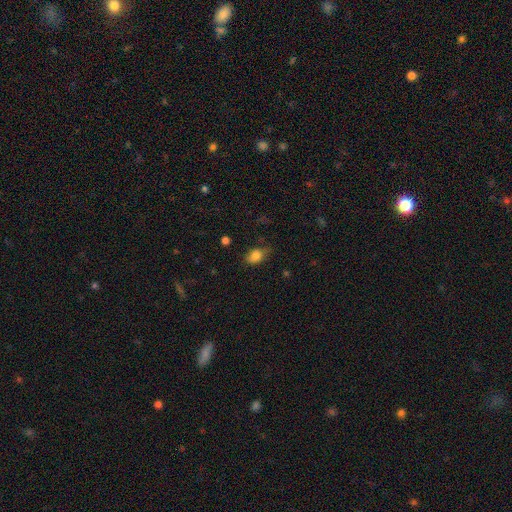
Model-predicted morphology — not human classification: smooth-or-featured: smooth: 82% | star or artifact: 10% | featured or disk: 8%
  how-rounded: in between: 76% | round: 21% | cigar-shaped: 2%
  merging: none: 61% | minor disturbance: 29% | major disturbance: 8% | merger: 2%